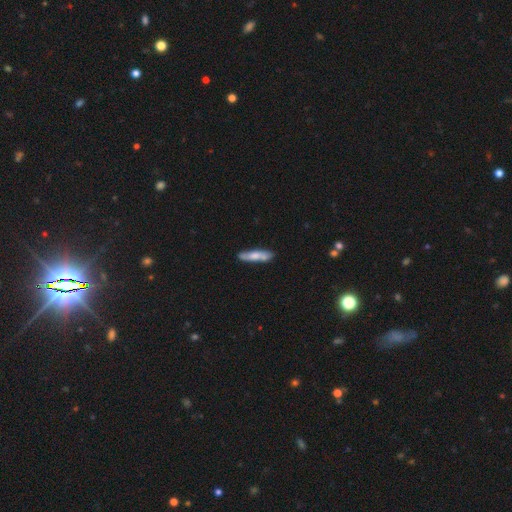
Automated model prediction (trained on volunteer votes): Smooth or featured?
  - smooth: 60% *
  - featured or disk: 34%
  - star or artifact: 6%
How rounded?
  - cigar-shaped: 80% *
  - in between: 18%
  - round: 2%
Merging?
  - none: 78% *
  - minor disturbance: 15%
  - merger: 4%
  - major disturbance: 3%